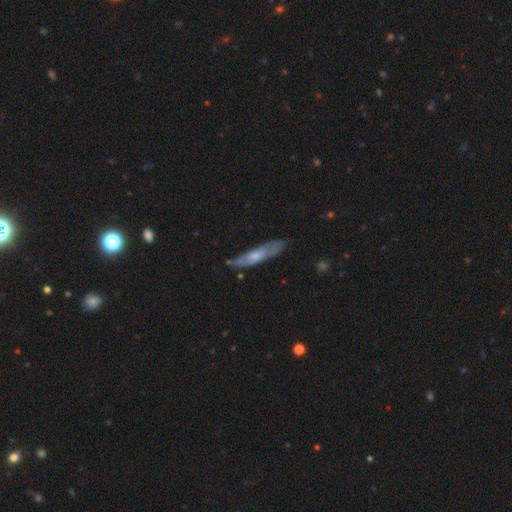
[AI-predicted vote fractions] The model was most divided on "smooth or featured": featured or disk: 48%, smooth: 46%, star or artifact: 6%. More confident: merging — none (69%).